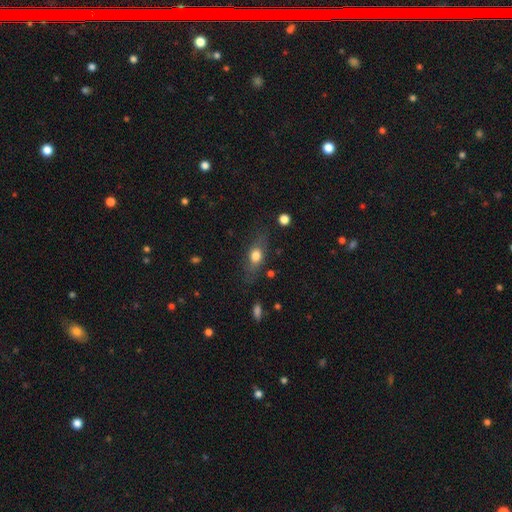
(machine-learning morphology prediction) The model was most divided on "smooth or featured": smooth: 68%, featured or disk: 24%, star or artifact: 8%. More confident: merging — none (71%); how rounded — in between (69%).